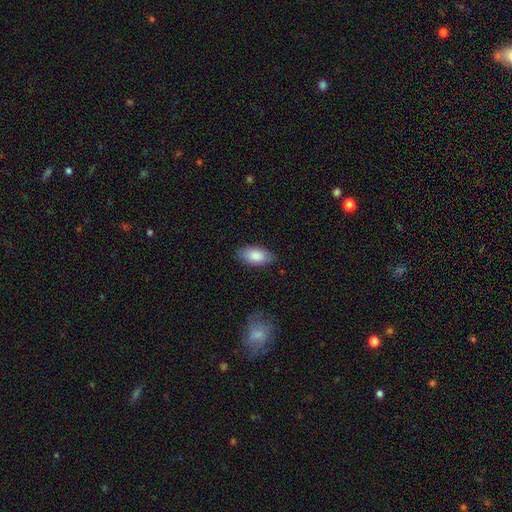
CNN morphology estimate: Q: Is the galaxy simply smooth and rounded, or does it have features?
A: smooth — 86%.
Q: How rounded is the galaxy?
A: in between — 94%.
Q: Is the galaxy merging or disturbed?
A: none — 83%.